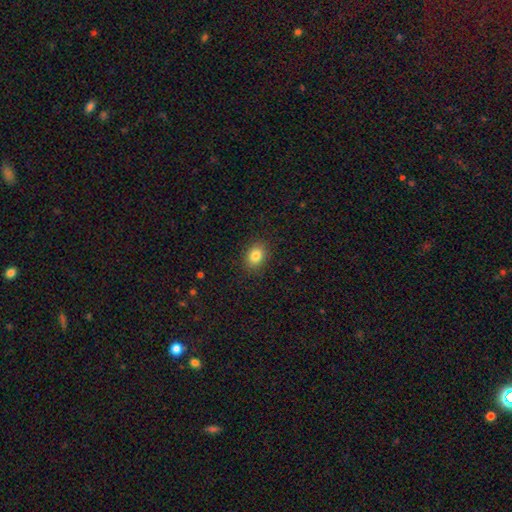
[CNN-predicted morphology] Smooth or featured: smooth — 83% (star or artifact — 10%)
How rounded: in between — 62% (round — 37%)
Merging: none — 88% (minor disturbance — 8%)